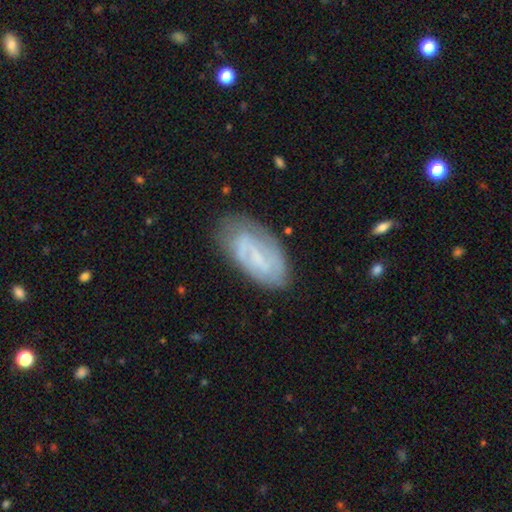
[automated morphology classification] Smooth or featured? Predicted: featured or disk (p=0.60). Edge-on disk? Predicted: no (p=0.93). Bar? Predicted: weak (p=0.45). Spiral arms? Predicted: yes (p=0.68). Bulge size? Predicted: small (p=0.46). Merging? Predicted: none (p=0.69).